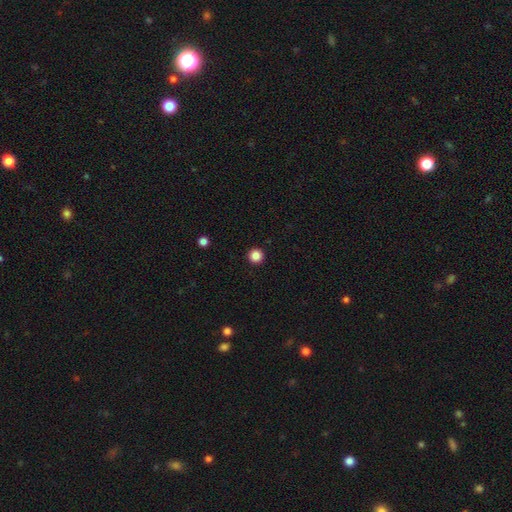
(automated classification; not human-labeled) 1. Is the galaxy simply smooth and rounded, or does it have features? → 86% smooth, 11% star or artifact, 3% featured or disk.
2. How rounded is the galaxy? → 97% round, 2% in between, 1% cigar-shaped.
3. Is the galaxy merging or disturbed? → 94% none, 4% minor disturbance, 1% major disturbance, 1% merger.